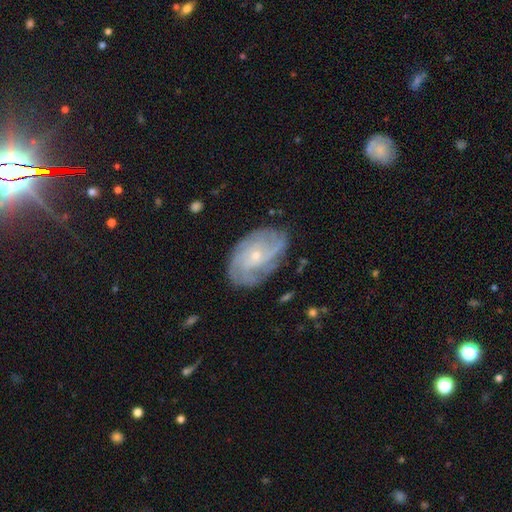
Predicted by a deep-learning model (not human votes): A featured or disk galaxy (78%) with no bar (74%), tight (54%) spiral arms (92%) and a small central bulge (76%). Merging: none (75%).